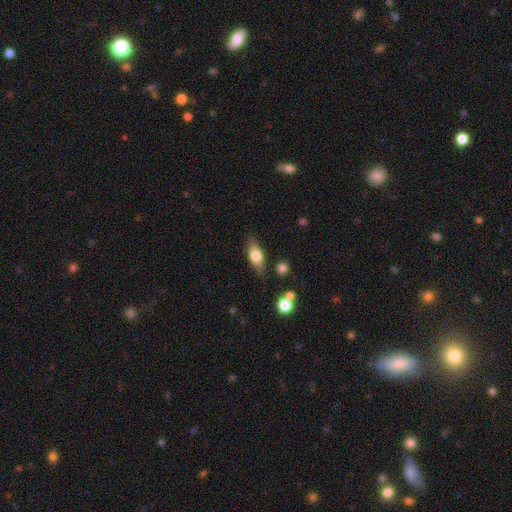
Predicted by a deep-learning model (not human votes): smooth 61%, featured or disk 32%, star or artifact 7%. Down the decision tree: how rounded — in between (70%); merging — none (79%).